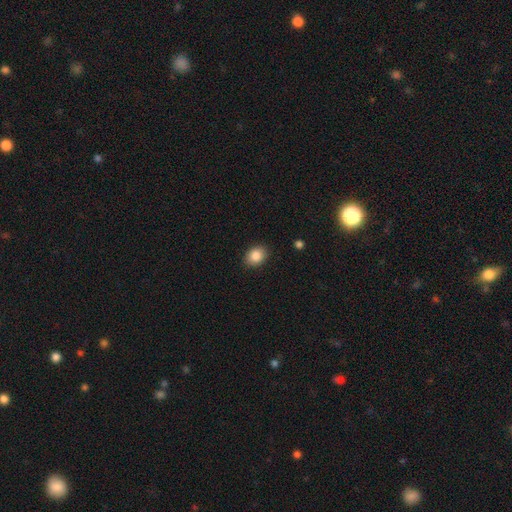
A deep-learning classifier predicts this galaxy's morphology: A smooth galaxy with no disk features (87%) that is in between round and cigar-shaped (60%).

Vote fractions:
- Smooth or featured? smooth: 87% / star or artifact: 8% / featured or disk: 5%
- How rounded? in between: 60% / round: 39% / cigar-shaped: 1%
- Merging? none: 88% / minor disturbance: 8% / major disturbance: 2% / merger: 1%